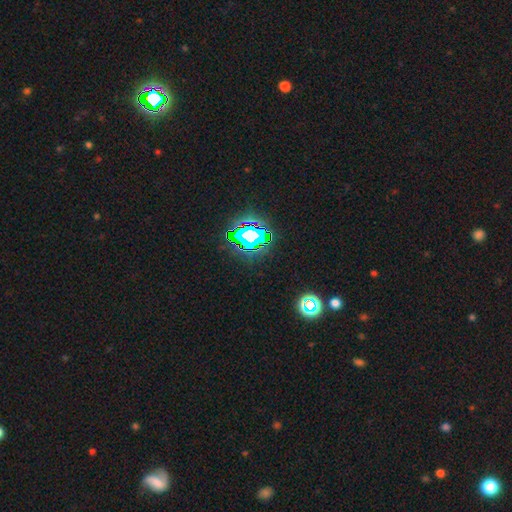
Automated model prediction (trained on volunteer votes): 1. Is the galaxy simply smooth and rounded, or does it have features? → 83% star or artifact, 11% smooth, 6% featured or disk.